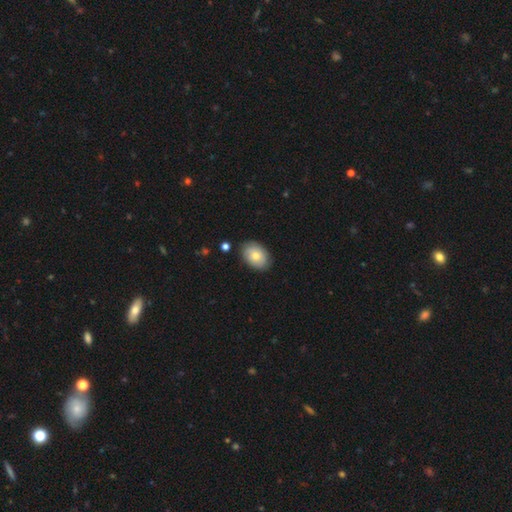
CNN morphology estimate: smooth 75%, featured or disk 18%, star or artifact 7%. Down the decision tree: how rounded — in between (83%); merging — none (85%).